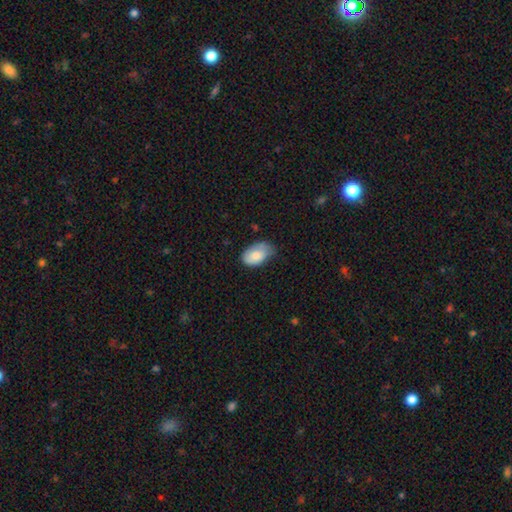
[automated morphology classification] This is likely a smooth galaxy (80%). How rounded: clearly in between (92%). Merging: possibly none (51%).